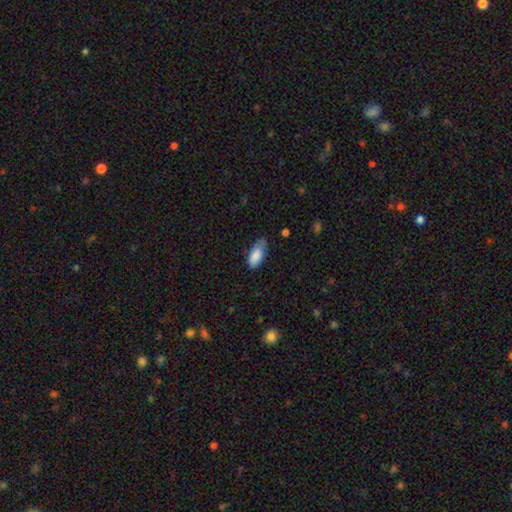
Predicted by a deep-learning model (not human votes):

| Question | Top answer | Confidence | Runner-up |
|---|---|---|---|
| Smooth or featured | smooth | 86% | featured or disk (8%) |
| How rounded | in between | 90% | cigar-shaped (8%) |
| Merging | none | 54% | minor disturbance (37%) |